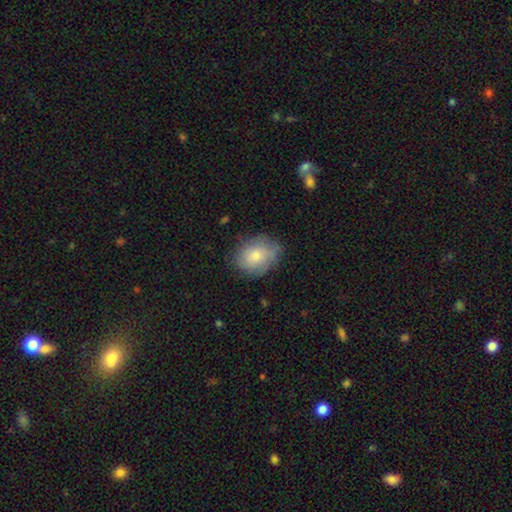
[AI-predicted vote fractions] This appears to be a smooth galaxy with no disk features (71%) that is in between round and cigar-shaped (55%). Merging: none (70%).